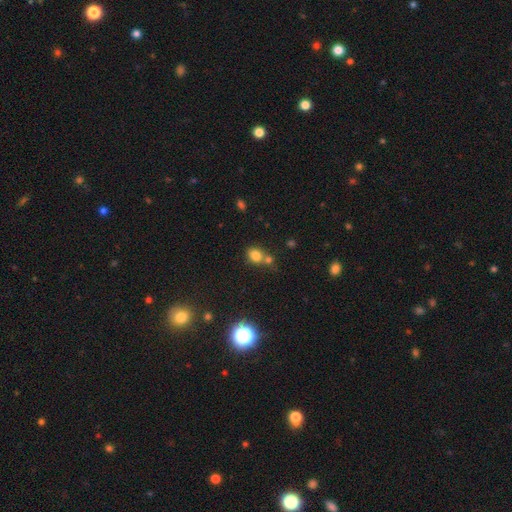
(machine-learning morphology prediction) smooth-or-featured: smooth: 77% | star or artifact: 14% | featured or disk: 8%
  how-rounded: round: 61% | in between: 37% | cigar-shaped: 1%
  merging: none: 50% | merger: 36% | minor disturbance: 10% | major disturbance: 4%